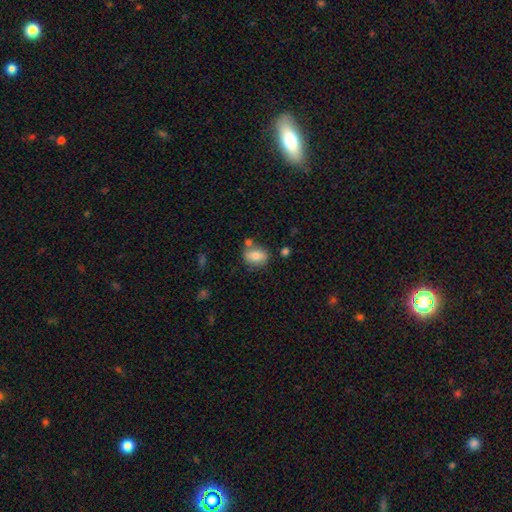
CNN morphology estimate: Smooth or featured? smooth (76%)
How rounded? in between (69%)
Merging? none (65%)